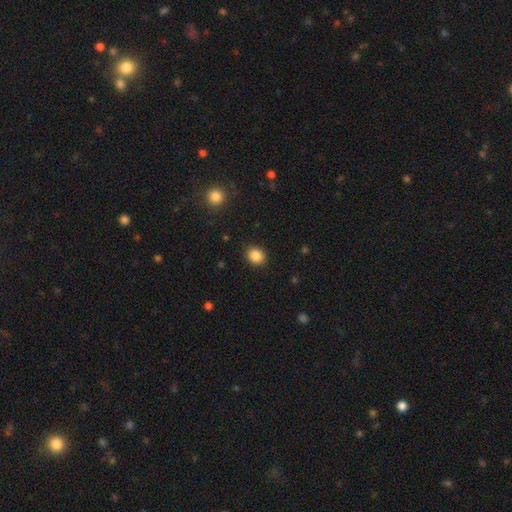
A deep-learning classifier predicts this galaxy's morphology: smooth_or_featured: smooth (p=0.86) [alt: star or artifact p=0.10]
how_rounded: round (p=0.69) [alt: in between p=0.30]
merging: none (p=0.90) [alt: minor disturbance p=0.07]